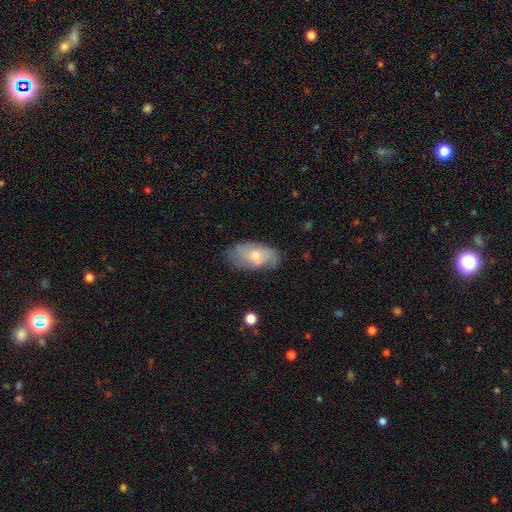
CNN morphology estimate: smooth 58%, featured or disk 36%, star or artifact 7%. Down the decision tree: how rounded — in between (93%); merging — none (60%).